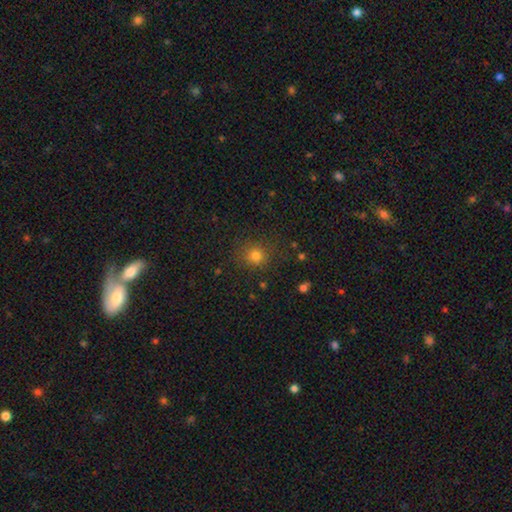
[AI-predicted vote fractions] Q: Smooth or featured?
A: smooth (78%); runner-up: star or artifact (16%)
Q: How rounded?
A: round (88%); runner-up: in between (11%)
Q: Merging?
A: none (83%); runner-up: minor disturbance (10%)